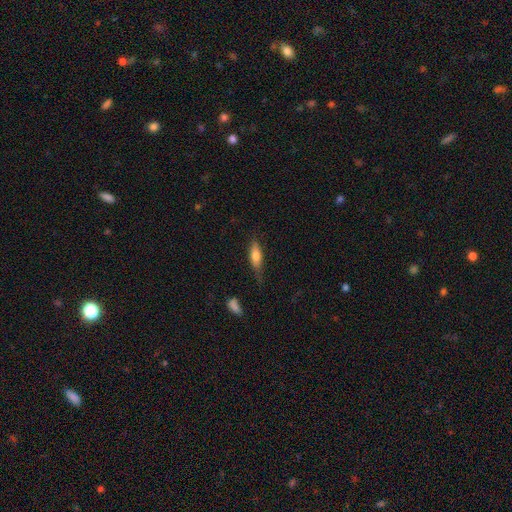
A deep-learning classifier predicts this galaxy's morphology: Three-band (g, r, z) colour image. It shows a smooth galaxy with no disk features (70%) that is in between round and cigar-shaped (53%). Merging: none (64%).